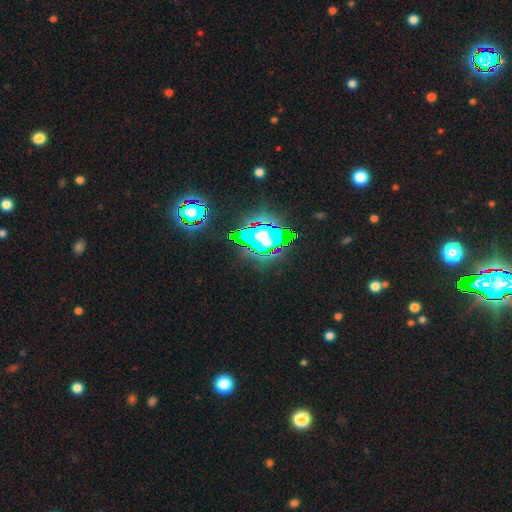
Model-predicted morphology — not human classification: This appears to be a star or artifact, not a galaxy (83%).